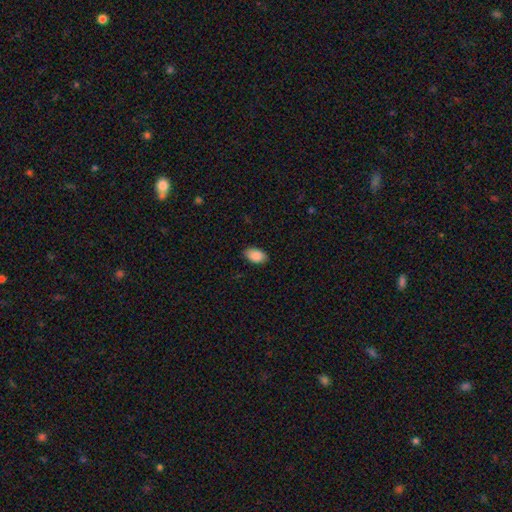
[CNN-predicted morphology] Smooth or featured? Predicted: smooth (p=0.89). How rounded? Predicted: in between (p=0.93). Merging? Predicted: none (p=0.86).